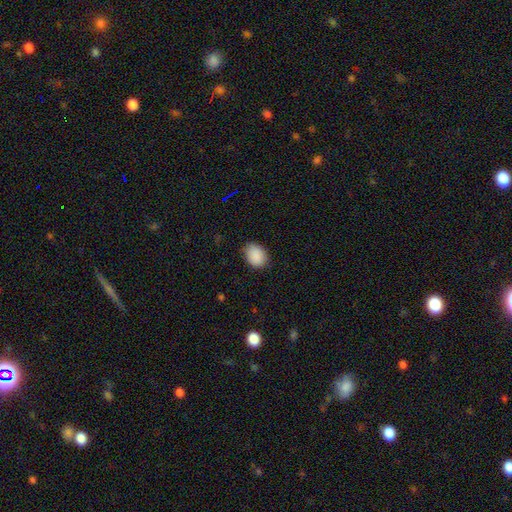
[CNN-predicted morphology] Overall: smooth (89%). How rounded: in between (68%; round 31%). Merging: none (80%).